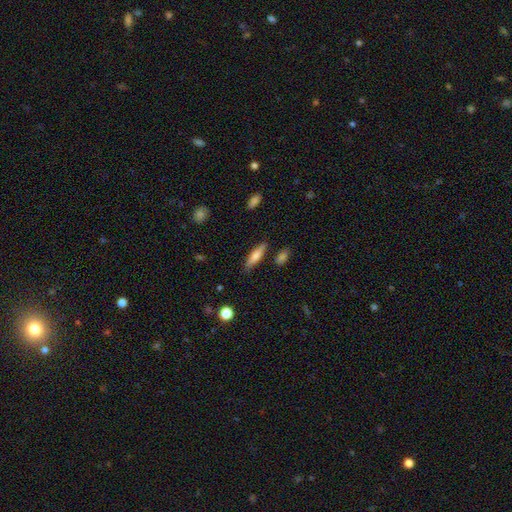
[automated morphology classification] Overall: smooth (63%; featured or disk 30%). How rounded: cigar-shaped (67%; in between 30%). Merging: none (81%).